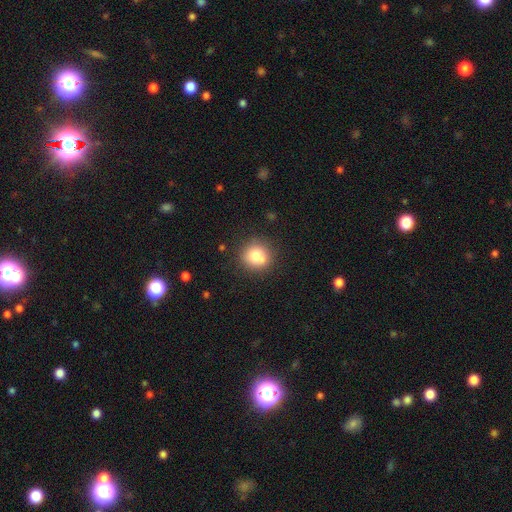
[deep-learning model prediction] This appears to be a smooth galaxy with no disk features (75%) that is round (89%). Merging: none (70%).